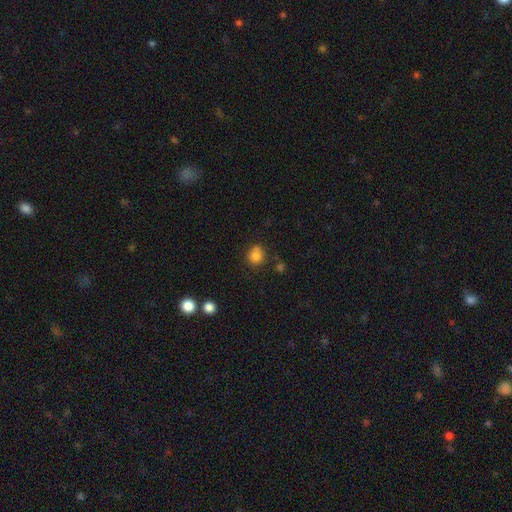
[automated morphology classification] smooth-or-featured: smooth: 82% | star or artifact: 12% | featured or disk: 6%
  how-rounded: round: 81% | in between: 18% | cigar-shaped: 1%
  merging: none: 74% | minor disturbance: 16% | merger: 6% | major disturbance: 4%